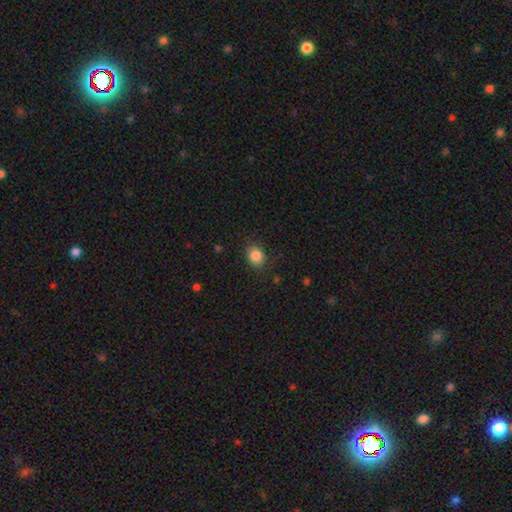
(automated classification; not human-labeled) A smooth galaxy with no disk features (86%) that is round (58%). Merging: none (84%).